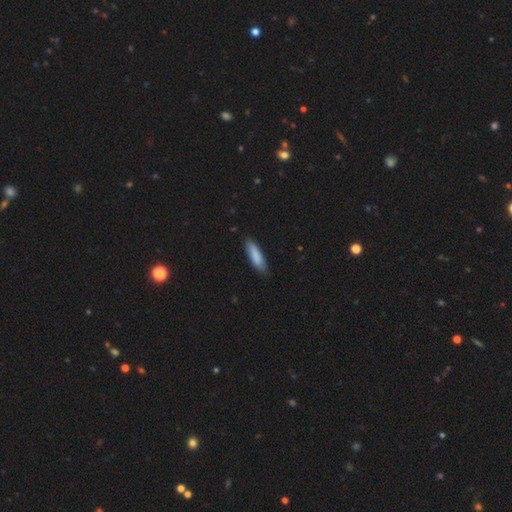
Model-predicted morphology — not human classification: The model was most divided on "how rounded": cigar-shaped: 64%, in between: 35%, round: 1%. More confident: smooth or featured — smooth (86%); merging — none (83%).